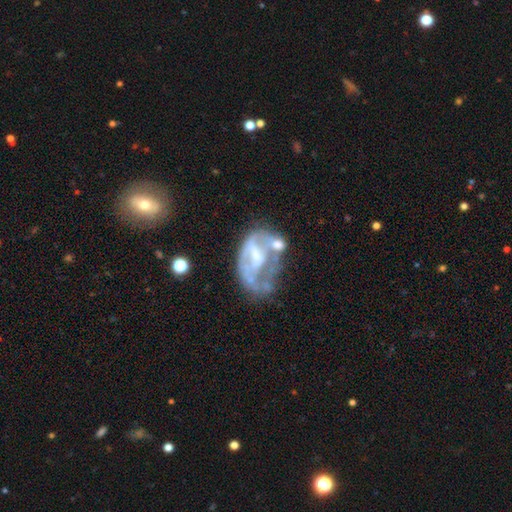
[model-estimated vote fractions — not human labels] smooth-or-featured: featured or disk: 68% | smooth: 22% | star or artifact: 10%
  disk-edge-on: no: 96% | yes: 4%
    bar: no: 48% | weak: 33% | strong: 20%
    has-spiral-arms: no: 64% | yes: 36%
    bulge-size: none: 35% | moderate: 31% | small: 27% | large: 6% | dominant: 1%
  merging: major disturbance: 34% | none: 27% | minor disturbance: 21% | merger: 18%